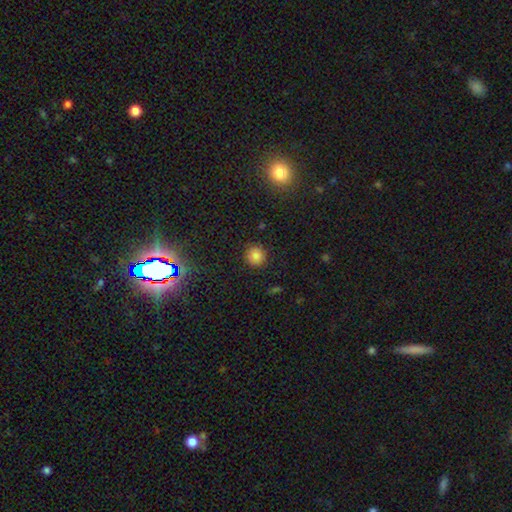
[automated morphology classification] type=smooth (82%); roundness=round (93%); merging=none (90%).